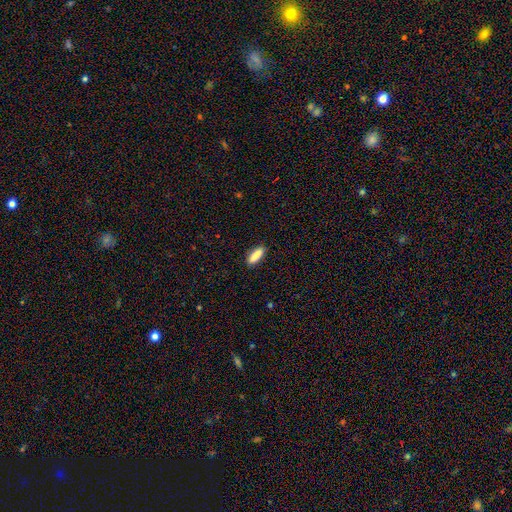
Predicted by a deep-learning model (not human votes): smooth_or_featured: smooth (p=0.88) [alt: star or artifact p=0.06]
how_rounded: in between (p=0.51) [alt: cigar-shaped p=0.47]
merging: none (p=0.89) [alt: minor disturbance p=0.08]